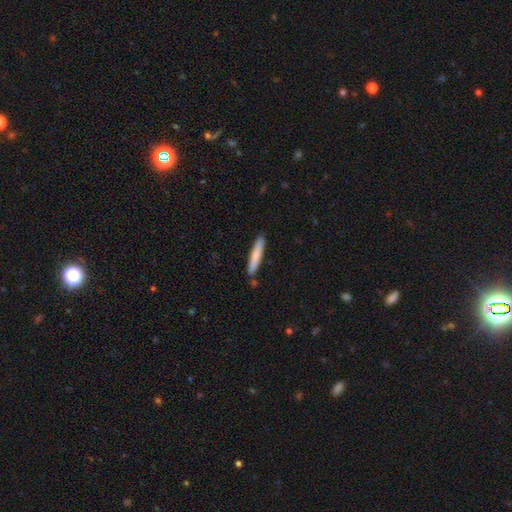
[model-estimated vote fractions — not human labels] This is likely a smooth galaxy (78%). How rounded: clearly cigar-shaped (93%). Merging: clearly none (87%).